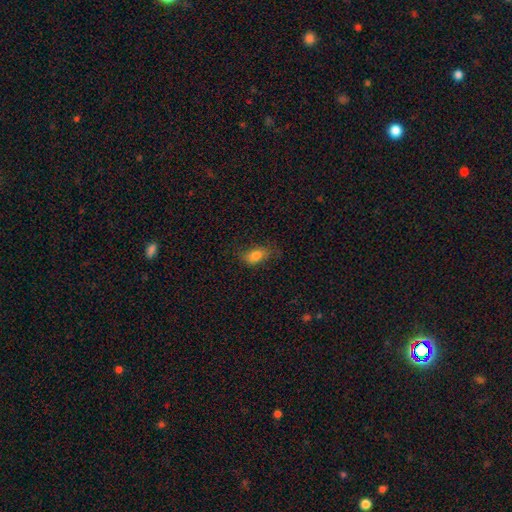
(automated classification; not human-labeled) The model was most divided on "merging": none: 69%, minor disturbance: 22%, major disturbance: 8%, merger: 1%. More confident: how rounded — in between (86%); smooth or featured — smooth (80%).